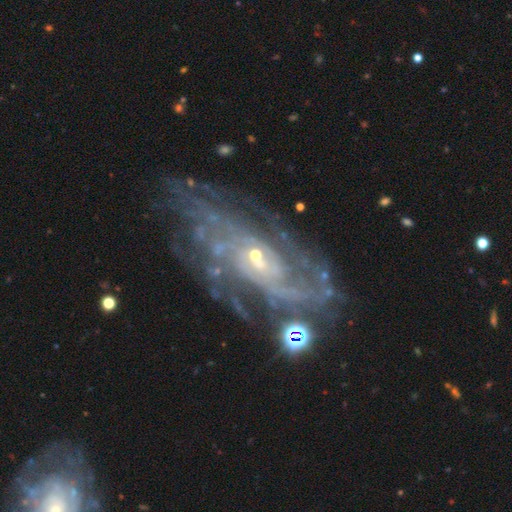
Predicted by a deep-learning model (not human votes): Smooth or featured? Predicted: featured or disk (p=0.89). Edge-on disk? Predicted: no (p=0.95). Bar? Predicted: no (p=0.58). Spiral arms? Predicted: yes (p=0.97). Spiral winding? Predicted: tight (p=0.53). Spiral arm count? Predicted: can't tell (p=0.28). Bulge size? Predicted: small (p=0.69). Merging? Predicted: none (p=0.64).